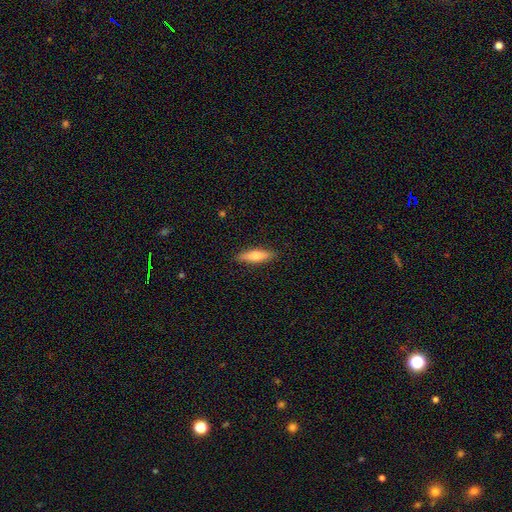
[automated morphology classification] The model was most divided on "how rounded": cigar-shaped: 65%, in between: 33%, round: 2%. More confident: merging — none (88%); smooth or featured — smooth (72%).